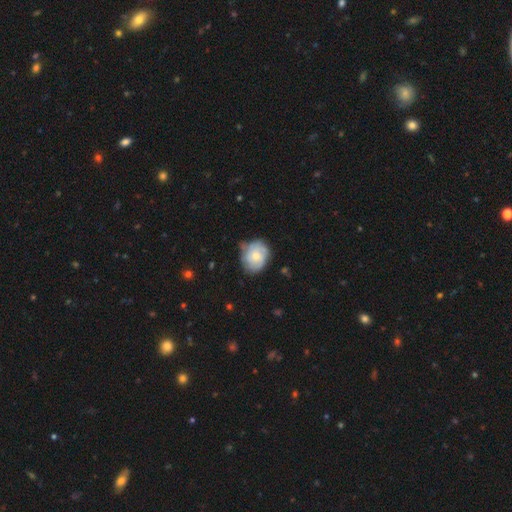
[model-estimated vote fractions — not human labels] smooth_or_featured: smooth (p=0.50) [alt: featured or disk p=0.43]
merging: none (p=0.63) [alt: minor disturbance p=0.27]